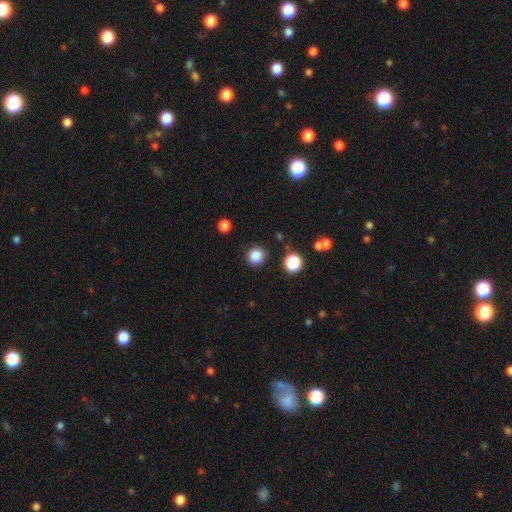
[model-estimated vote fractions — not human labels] Smooth or featured: smooth — 84% (star or artifact — 12%)
How rounded: round — 93% (in between — 6%)
Merging: none — 87% (minor disturbance — 8%)